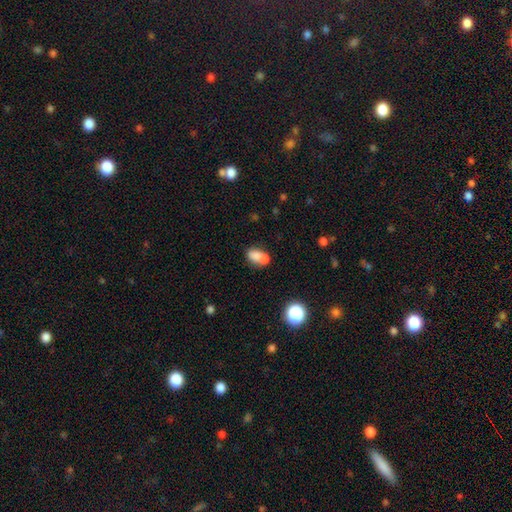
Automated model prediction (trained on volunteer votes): Q: Smooth or featured?
A: smooth (71%); runner-up: featured or disk (18%)
Q: How rounded?
A: in between (68%); runner-up: round (30%)
Q: Merging?
A: merger (58%); runner-up: none (28%)